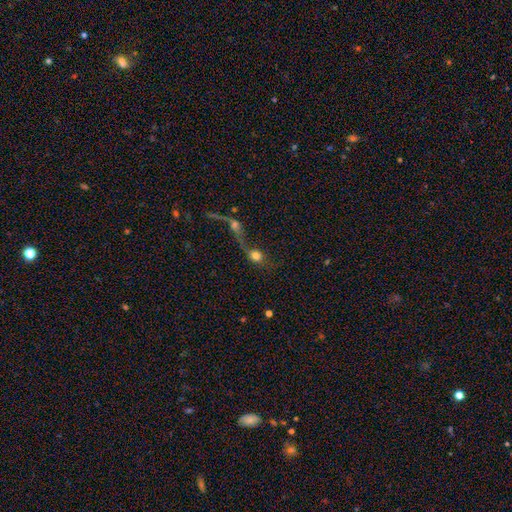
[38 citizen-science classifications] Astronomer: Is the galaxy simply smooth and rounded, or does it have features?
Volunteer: smooth — 58%.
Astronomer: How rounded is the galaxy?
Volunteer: round — 86%.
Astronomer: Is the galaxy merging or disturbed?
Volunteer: merger — 79%.